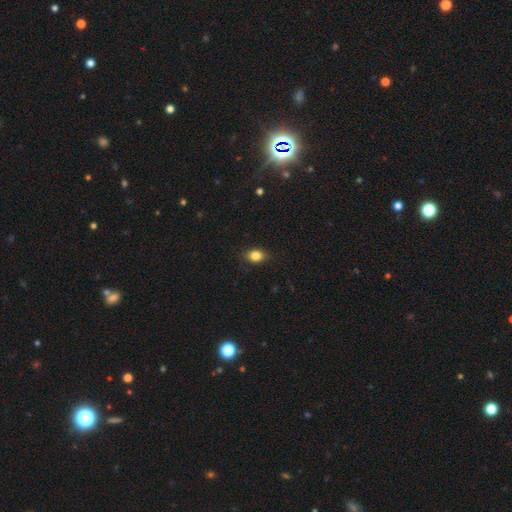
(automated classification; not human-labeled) Overall: smooth (84%). How rounded: in between (66%; round 33%). Merging: none (86%).